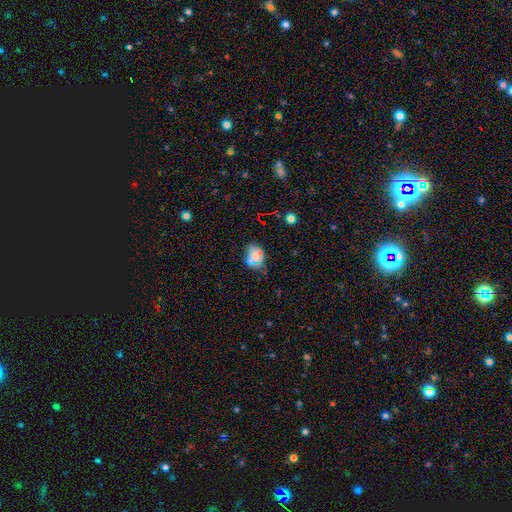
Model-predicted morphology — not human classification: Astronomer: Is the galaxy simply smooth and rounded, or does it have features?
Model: smooth — 61%.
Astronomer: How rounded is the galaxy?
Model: in between — 63%.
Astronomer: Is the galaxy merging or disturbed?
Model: none — 64%.